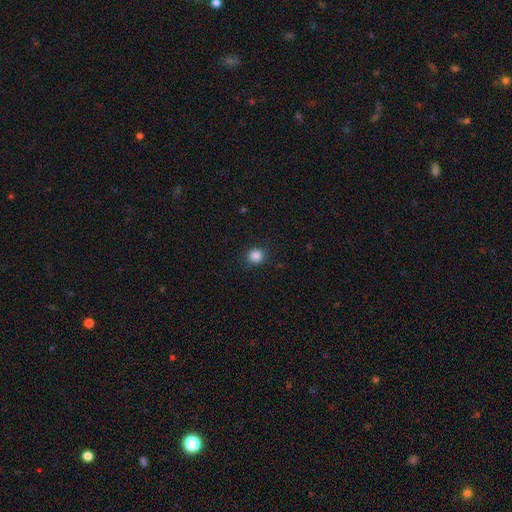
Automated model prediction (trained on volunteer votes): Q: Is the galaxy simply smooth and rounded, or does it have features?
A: smooth — 86%.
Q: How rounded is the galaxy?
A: round — 88%.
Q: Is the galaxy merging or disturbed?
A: none — 87%.